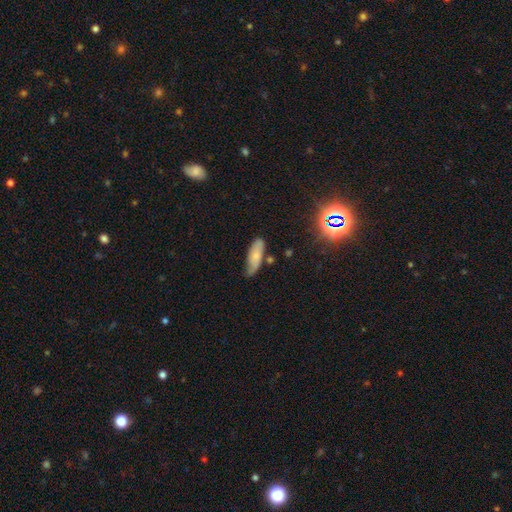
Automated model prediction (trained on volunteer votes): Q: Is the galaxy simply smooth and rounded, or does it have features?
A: smooth — 67%.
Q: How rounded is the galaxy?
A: in between — 62%.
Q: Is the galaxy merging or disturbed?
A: none — 56%.